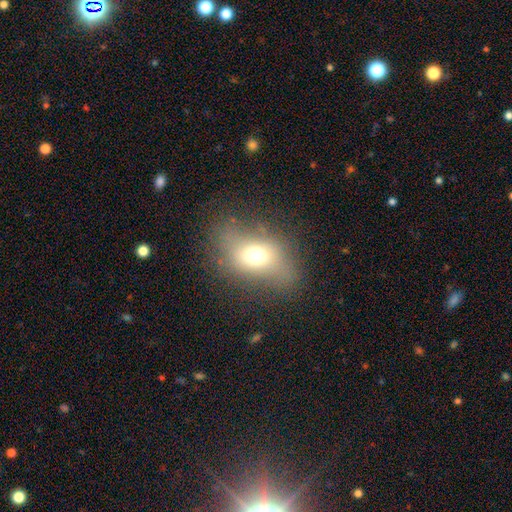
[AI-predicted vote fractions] Smooth or featured? smooth (61%)
How rounded? in between (70%)
Merging? none (66%)